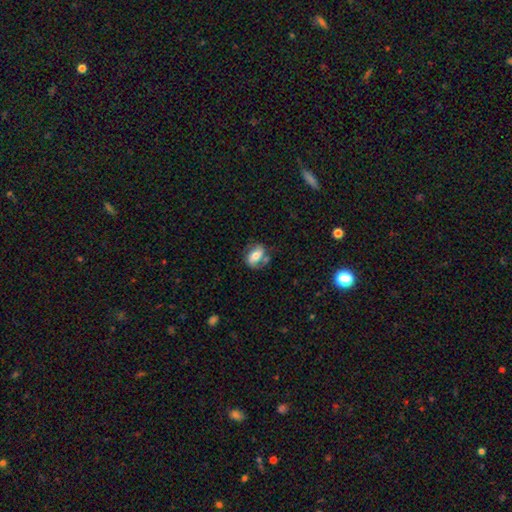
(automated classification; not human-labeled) Smooth or featured: smooth — 52% (featured or disk — 40%)
How rounded: in between — 78% (round — 19%)
Merging: none — 55% (minor disturbance — 23%)